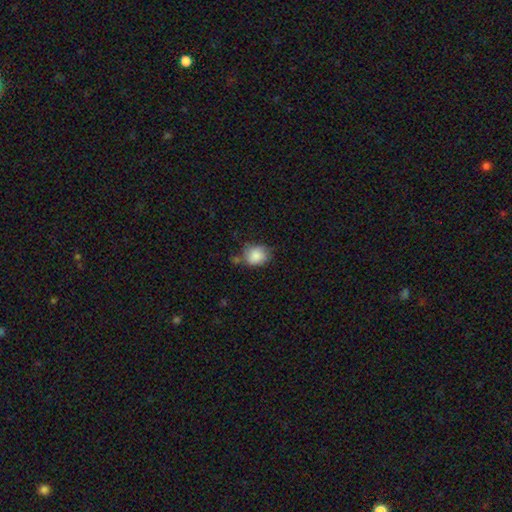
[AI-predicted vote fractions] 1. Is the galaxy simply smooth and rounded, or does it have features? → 83% smooth, 9% featured or disk, 8% star or artifact.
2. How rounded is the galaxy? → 55% round, 44% in between, 1% cigar-shaped.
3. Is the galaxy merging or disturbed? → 52% none, 30% minor disturbance, 9% merger, 8% major disturbance.